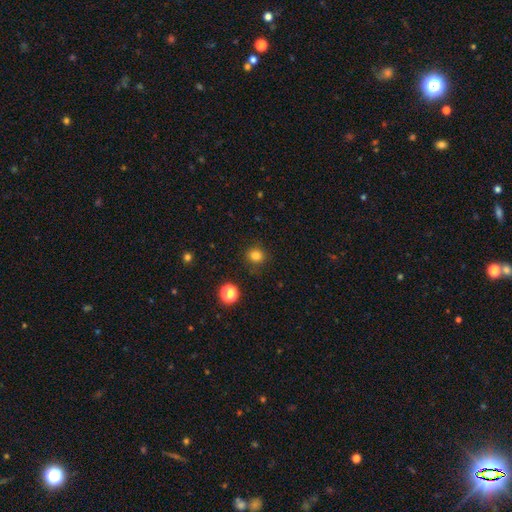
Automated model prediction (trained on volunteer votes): This is clearly a smooth galaxy (82%). How rounded: clearly round (82%). Merging: clearly none (85%).